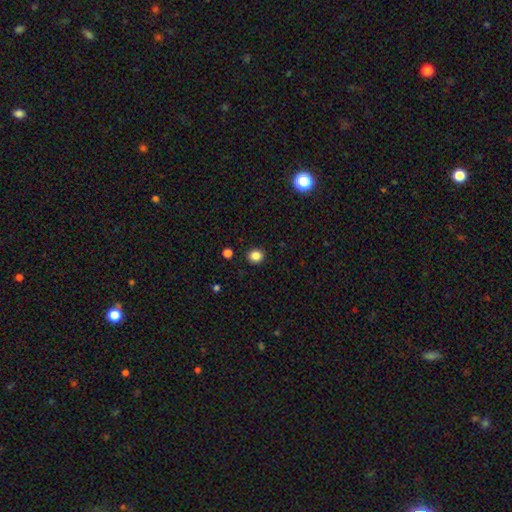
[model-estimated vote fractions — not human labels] Q: Smooth or featured?
A: smooth (84%); runner-up: star or artifact (12%)
Q: How rounded?
A: round (87%); runner-up: in between (12%)
Q: Merging?
A: none (91%); runner-up: minor disturbance (5%)